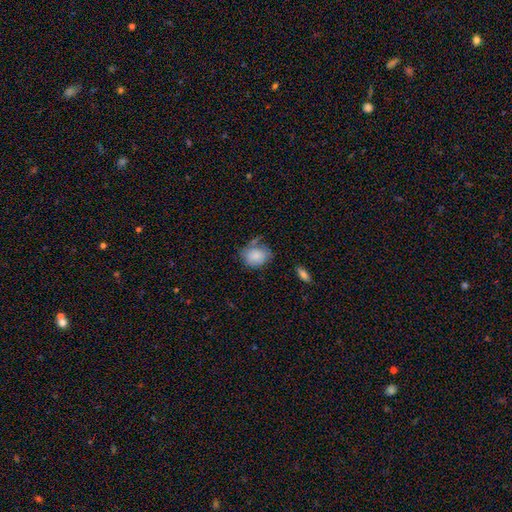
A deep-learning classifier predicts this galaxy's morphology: smooth_or_featured: smooth (p=0.82) [alt: featured or disk p=0.11]
how_rounded: in between (p=0.52) [alt: round p=0.47]
merging: none (p=0.54) [alt: minor disturbance p=0.28]